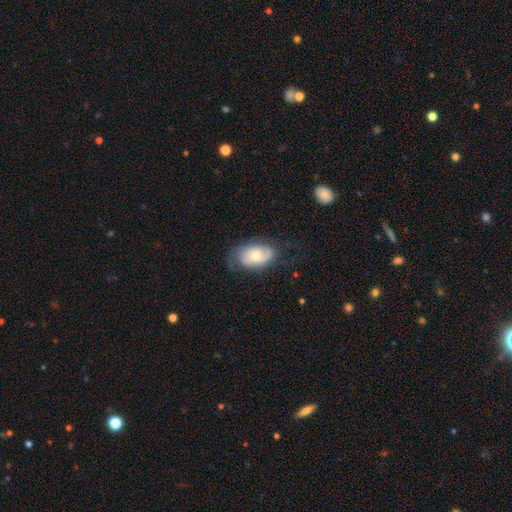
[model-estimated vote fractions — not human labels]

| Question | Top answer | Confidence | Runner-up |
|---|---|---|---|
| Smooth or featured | smooth | 52% | featured or disk (42%) |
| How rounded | in between | 89% | round (10%) |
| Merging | none | 60% | minor disturbance (26%) |